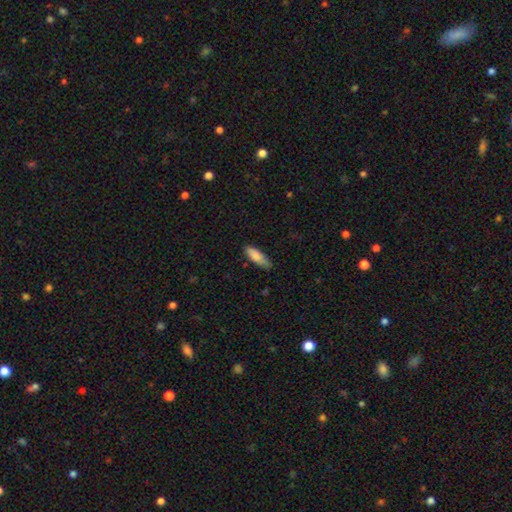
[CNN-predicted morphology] Smooth or featured? Predicted: smooth (p=0.85). How rounded? Predicted: in between (p=0.58). Merging? Predicted: none (p=0.71).